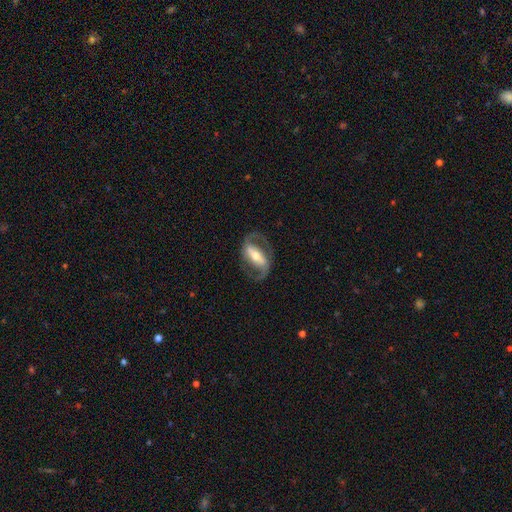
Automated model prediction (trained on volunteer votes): This is clearly a featured or disk galaxy (86%). It is clearly not viewed edge-on (94%). Bar: likely strong (65%). Spiral arm pattern: clearly yes (91%). Spiral arm count: clearly 2 (90%). Spiral winding: possibly medium (51%). Central bulge: possibly moderate (56%). Merging: likely none (77%).